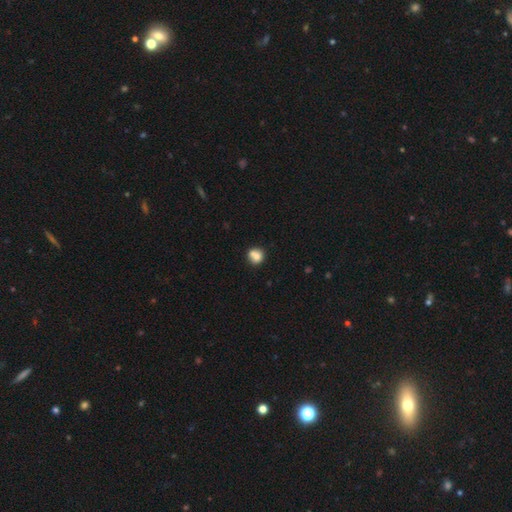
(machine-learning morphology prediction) The model was most divided on "merging": none: 49%, merger: 34%, minor disturbance: 13%, major disturbance: 4%. More confident: how rounded — round (82%); smooth or featured — smooth (77%).